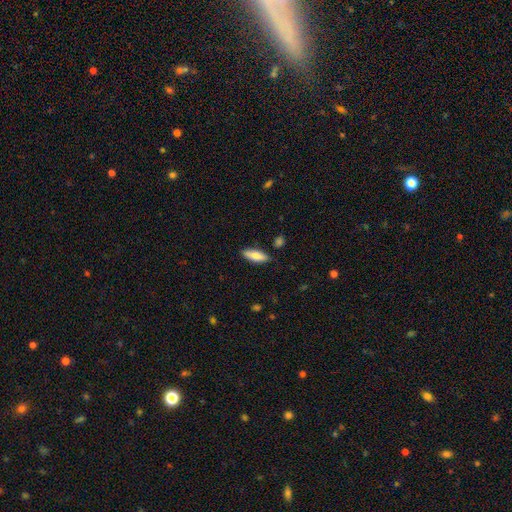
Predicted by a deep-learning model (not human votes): smooth-or-featured: smooth: 83% | featured or disk: 11% | star or artifact: 6%
  how-rounded: in between: 67% | cigar-shaped: 31% | round: 2%
  merging: none: 83% | minor disturbance: 13% | major disturbance: 2% | merger: 2%